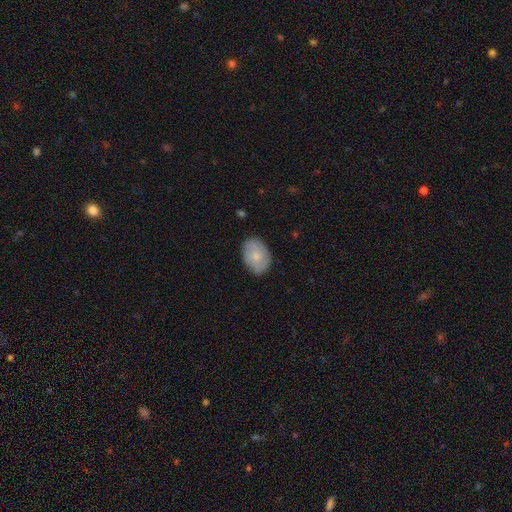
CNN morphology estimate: Smooth or featured: smooth — 74% (featured or disk — 20%)
How rounded: in between — 81% (round — 18%)
Merging: none — 84% (minor disturbance — 13%)